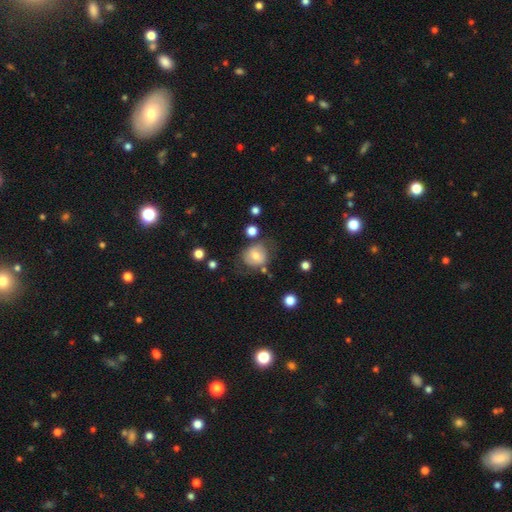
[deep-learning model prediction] A smooth galaxy with no disk features (59%) that is round (73%). Merging: none (56%).